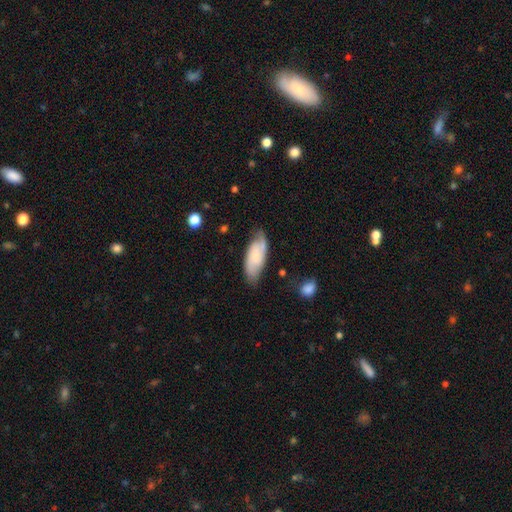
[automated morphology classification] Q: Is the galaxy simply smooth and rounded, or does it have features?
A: featured or disk — 49%.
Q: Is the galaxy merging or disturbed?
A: none — 67%.